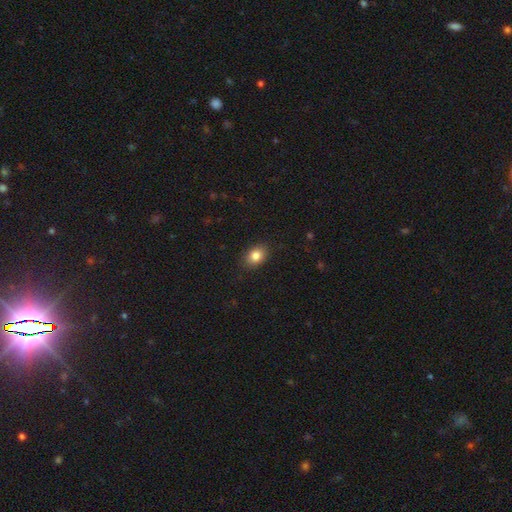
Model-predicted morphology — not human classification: Overall: smooth (84%). How rounded: in between (74%). Merging: none (88%).